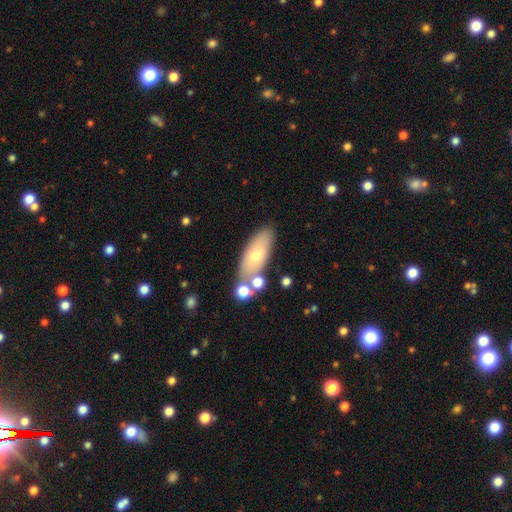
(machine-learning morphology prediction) This appears to be a smooth galaxy with no disk features (64%) that is in between round and cigar-shaped (71%). Merging: none (68%).